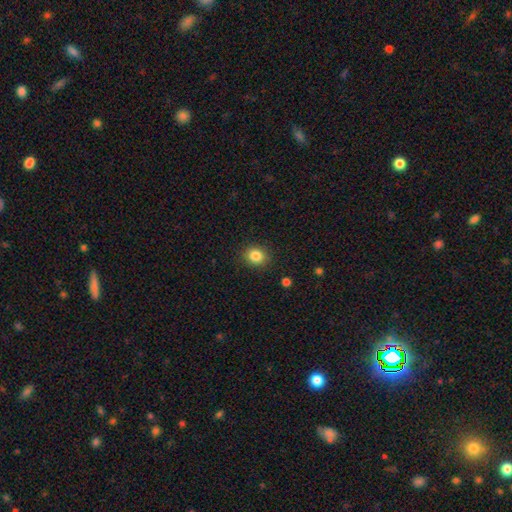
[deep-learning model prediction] Smooth or featured: smooth — 85% (star or artifact — 10%)
How rounded: round — 73% (in between — 26%)
Merging: none — 89% (minor disturbance — 7%)